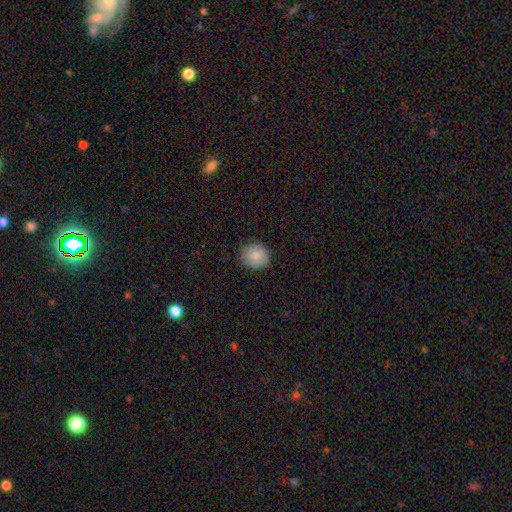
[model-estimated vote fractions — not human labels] Morphology: type=smooth (86%); roundness=round (78%); merging=none (87%).